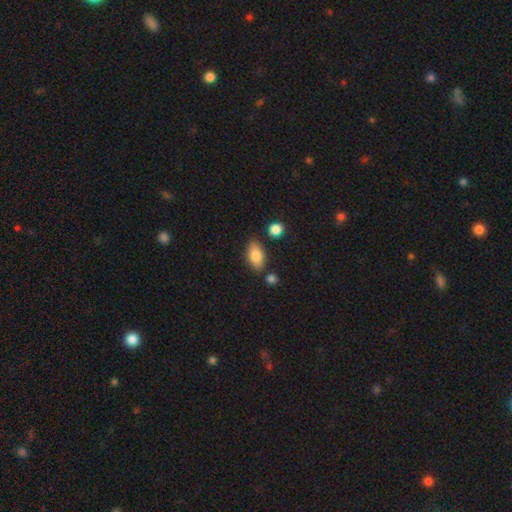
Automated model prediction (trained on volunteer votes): The model was most divided on "merging": none: 79%, minor disturbance: 13%, merger: 6%, major disturbance: 3%. More confident: how rounded — in between (91%); smooth or featured — smooth (82%).